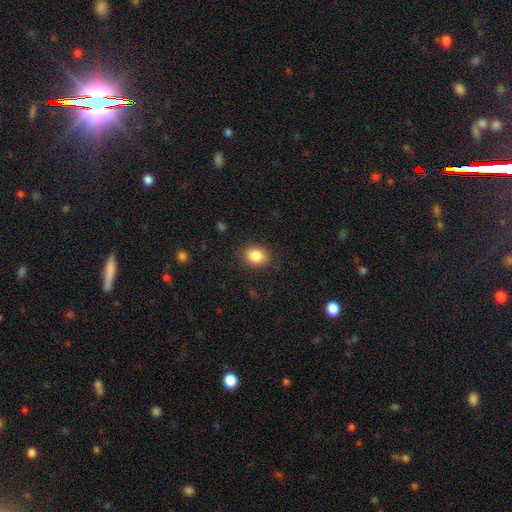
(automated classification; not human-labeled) A smooth galaxy with no disk features (86%) that is in between round and cigar-shaped (54%). Merging: none (88%).